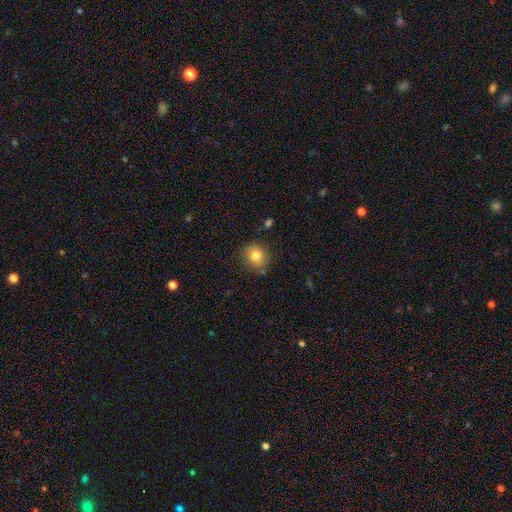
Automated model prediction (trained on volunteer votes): Smooth or featured?
  - smooth: 81% *
  - featured or disk: 10%
  - star or artifact: 9%
How rounded?
  - round: 77% *
  - in between: 22%
  - cigar-shaped: 1%
Merging?
  - none: 79% *
  - minor disturbance: 15%
  - merger: 3%
  - major disturbance: 3%